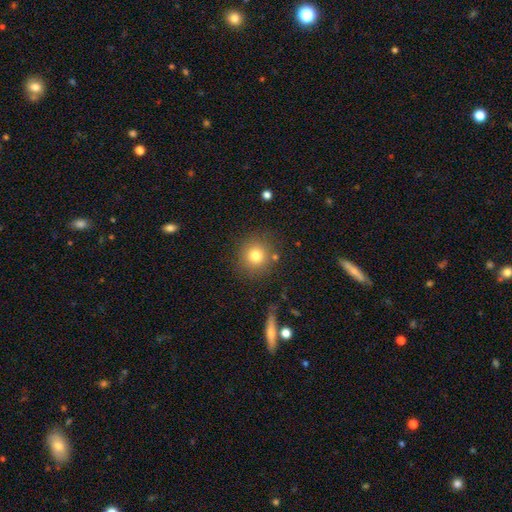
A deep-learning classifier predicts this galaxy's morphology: This appears to be a smooth galaxy with no disk features (79%) that is round (90%). Merging: none (83%).